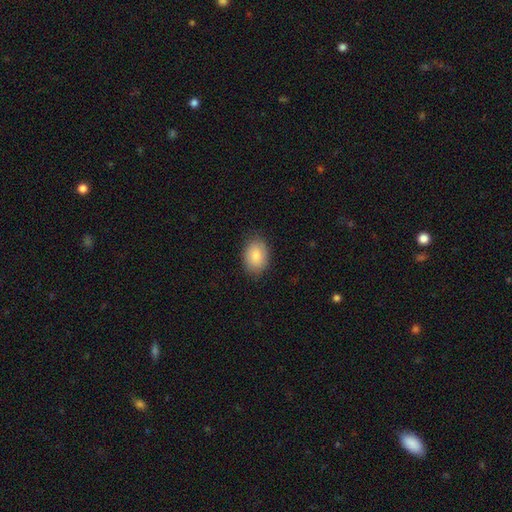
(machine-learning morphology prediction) Overall: smooth (85%). How rounded: in between (78%). Merging: none (84%).